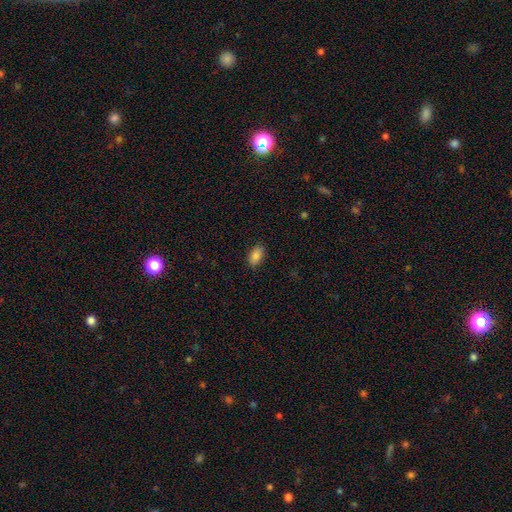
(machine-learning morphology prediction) A smooth galaxy with no disk features (86%) that is in between round and cigar-shaped (92%). Merging: none (88%).